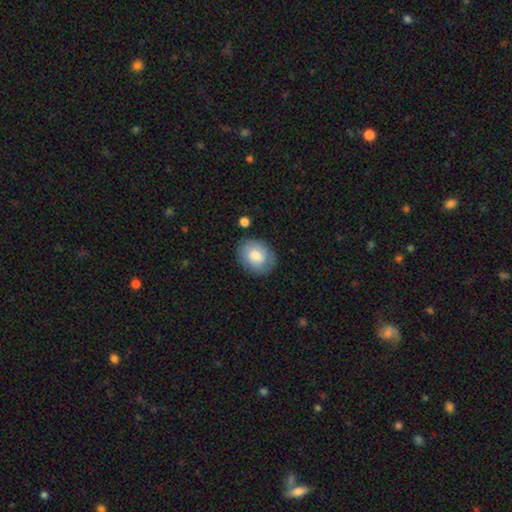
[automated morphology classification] smooth_or_featured: smooth (p=0.74) [alt: featured or disk p=0.20]
how_rounded: in between (p=0.61) [alt: round p=0.38]
merging: none (p=0.78) [alt: minor disturbance p=0.15]